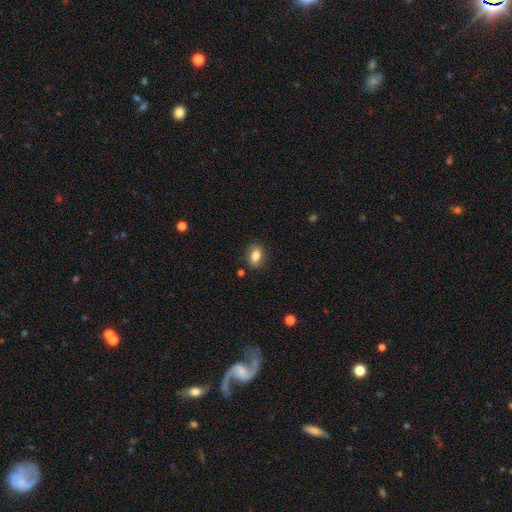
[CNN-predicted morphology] Q: Smooth or featured?
A: smooth (82%); runner-up: featured or disk (10%)
Q: How rounded?
A: in between (75%); runner-up: round (23%)
Q: Merging?
A: none (84%); runner-up: minor disturbance (11%)